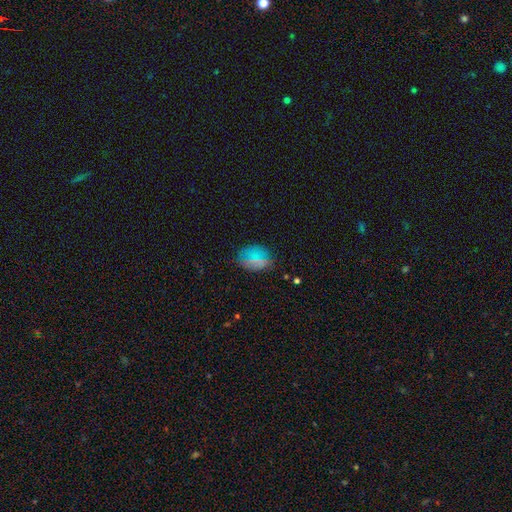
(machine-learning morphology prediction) A smooth galaxy with no disk features (64%) that is in between round and cigar-shaped (66%). Merging: none (77%).